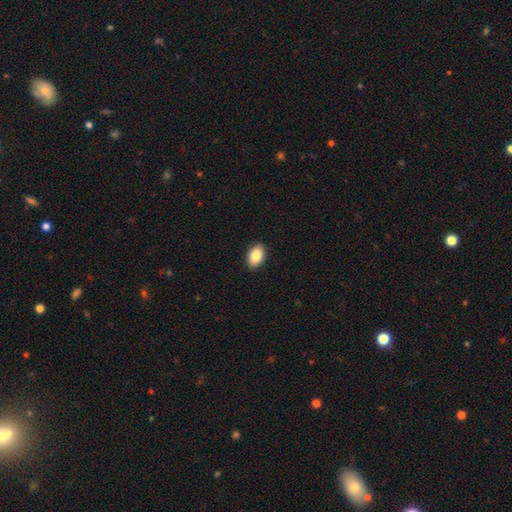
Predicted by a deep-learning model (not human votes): Smooth or featured? Predicted: smooth (p=0.86). How rounded? Predicted: in between (p=0.90). Merging? Predicted: none (p=0.91).